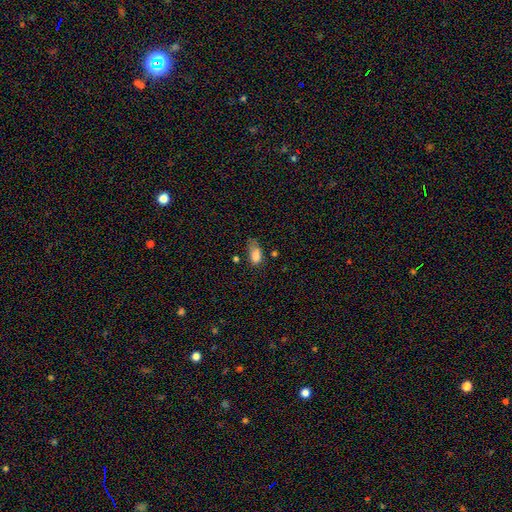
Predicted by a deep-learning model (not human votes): Q: Smooth or featured?
A: smooth (81%); runner-up: star or artifact (10%)
Q: How rounded?
A: in between (88%); runner-up: round (7%)
Q: Merging?
A: minor disturbance (38%); runner-up: none (32%)